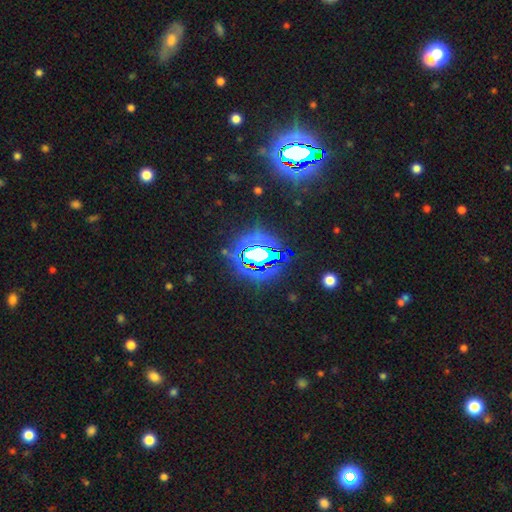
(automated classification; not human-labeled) The model was most divided on "smooth or featured": star or artifact: 76%, smooth: 13%, featured or disk: 11%.